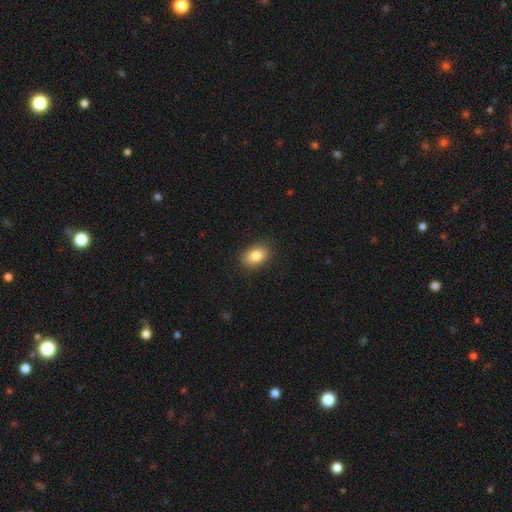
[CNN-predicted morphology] smooth_or_featured: smooth (p=0.83) [alt: star or artifact p=0.09]
how_rounded: in between (p=0.82) [alt: round p=0.17]
merging: none (p=0.88) [alt: minor disturbance p=0.09]